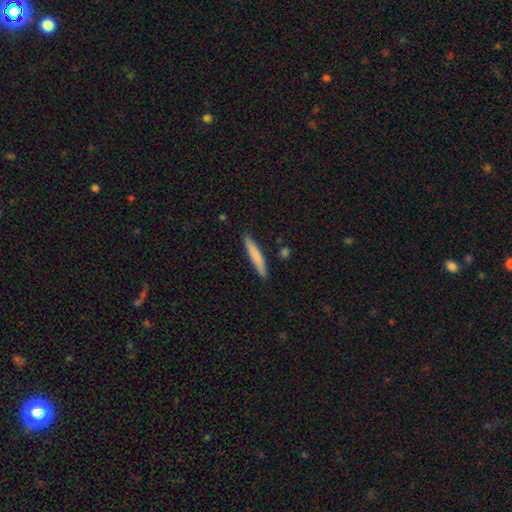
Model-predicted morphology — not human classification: Q: Smooth or featured?
A: smooth (77%); runner-up: featured or disk (17%)
Q: How rounded?
A: cigar-shaped (94%); runner-up: in between (5%)
Q: Merging?
A: none (88%); runner-up: minor disturbance (9%)